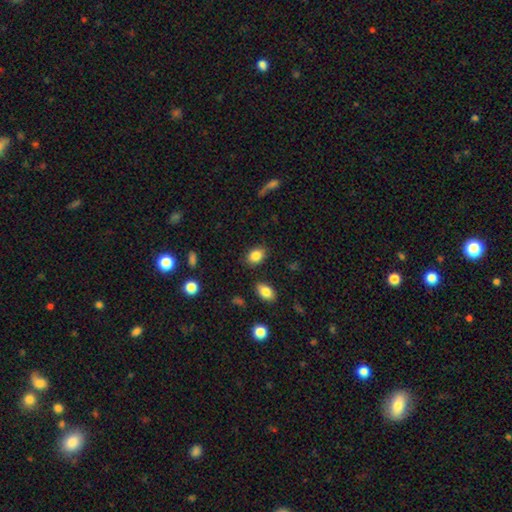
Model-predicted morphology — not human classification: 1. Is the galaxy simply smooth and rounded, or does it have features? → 86% smooth, 9% star or artifact, 5% featured or disk.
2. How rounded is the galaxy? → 72% in between, 27% round, 1% cigar-shaped.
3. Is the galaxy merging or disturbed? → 83% none, 11% minor disturbance, 3% major disturbance, 3% merger.